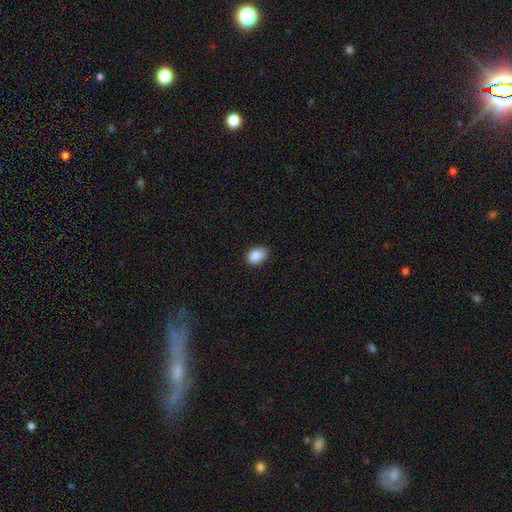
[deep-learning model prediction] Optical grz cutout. It shows a smooth galaxy with no disk features (88%) that is in between round and cigar-shaped (80%). Merging: none (83%).